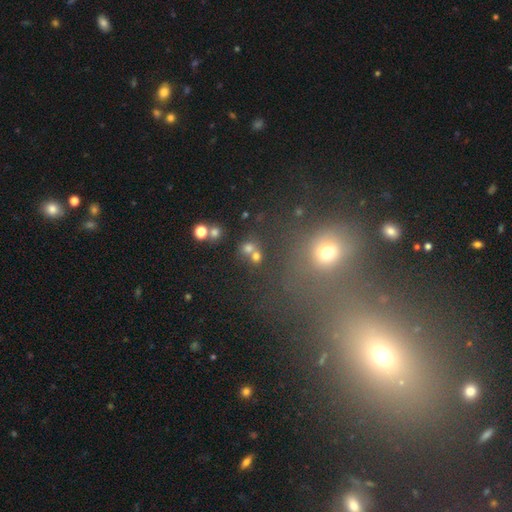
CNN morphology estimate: smooth 50%, star or artifact 38%, featured or disk 13%. Down the decision tree: merging — none (67%).